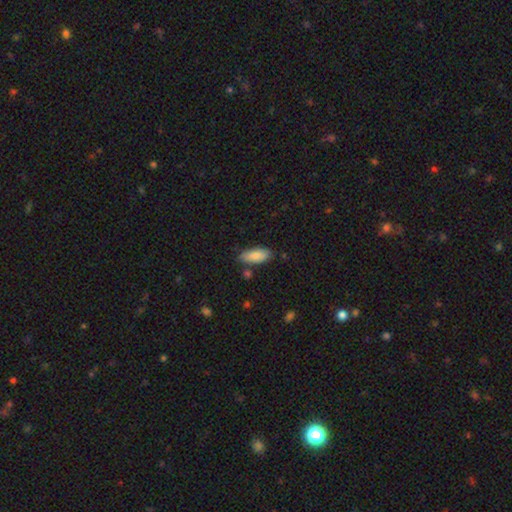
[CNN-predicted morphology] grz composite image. It shows a smooth galaxy with no disk features (86%) that is in between round and cigar-shaped (80%). Merging: none (78%).